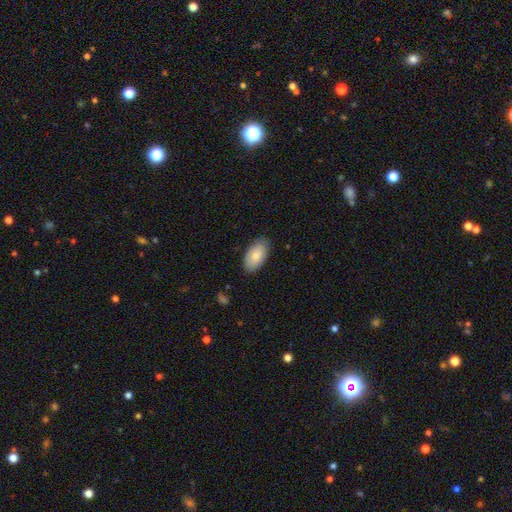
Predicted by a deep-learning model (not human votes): Smooth or featured? smooth (82%)
How rounded? in between (95%)
Merging? none (82%)